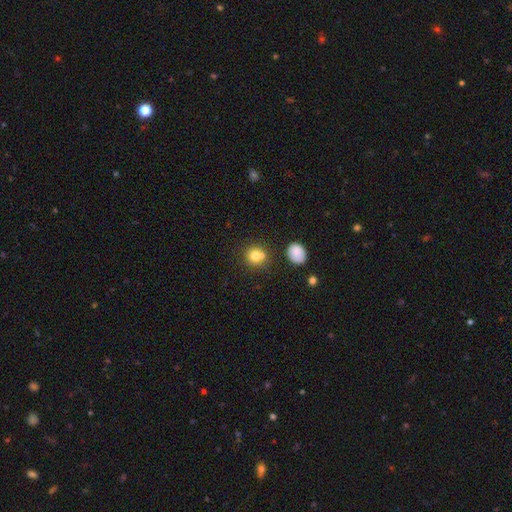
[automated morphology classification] type=smooth (77%); roundness=round (83%); merging=none (62%).